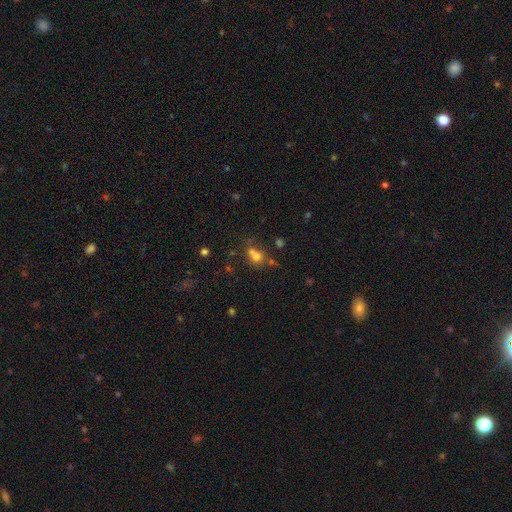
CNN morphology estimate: smooth_or_featured: smooth (p=0.69) [alt: star or artifact p=0.18]
how_rounded: round (p=0.72) [alt: in between p=0.26]
merging: merger (p=0.42) [alt: none p=0.41]